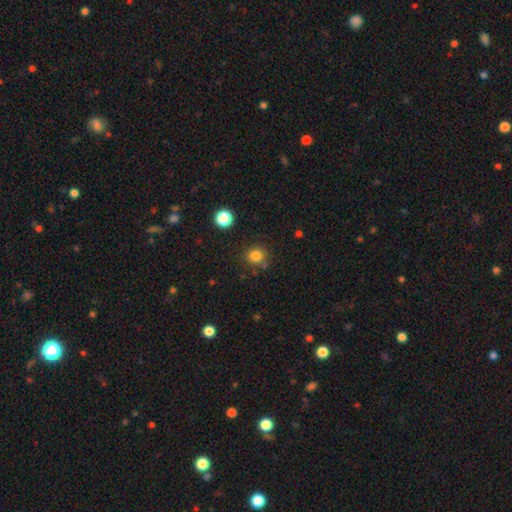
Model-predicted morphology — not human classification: This is clearly a smooth galaxy (81%). How rounded: clearly round (88%). Merging: clearly none (81%).